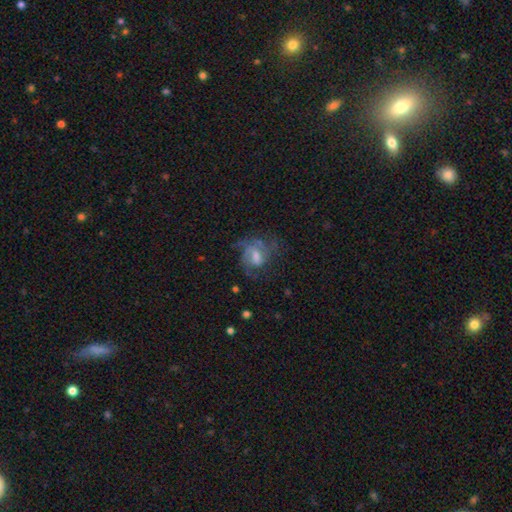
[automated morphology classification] This appears to be a featured or disk galaxy (70%) with a weak bar (49%), can't tell (30%, tied with 2) medium (46%) spiral arms (88%) and a moderate central bulge (45%). Merging: none (55%).